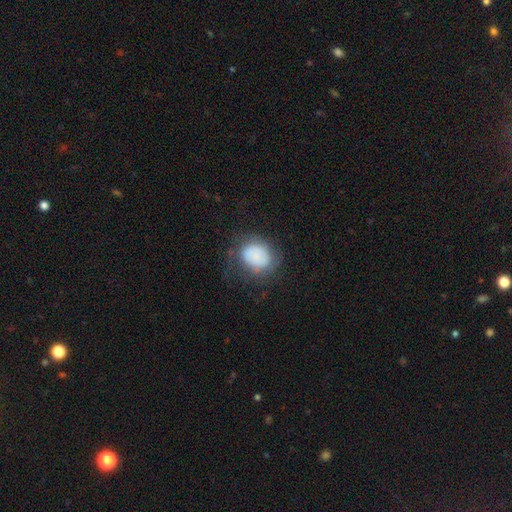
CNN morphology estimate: This is likely a smooth galaxy (64%). How rounded: likely round (64%). Merging: possibly none (55%).